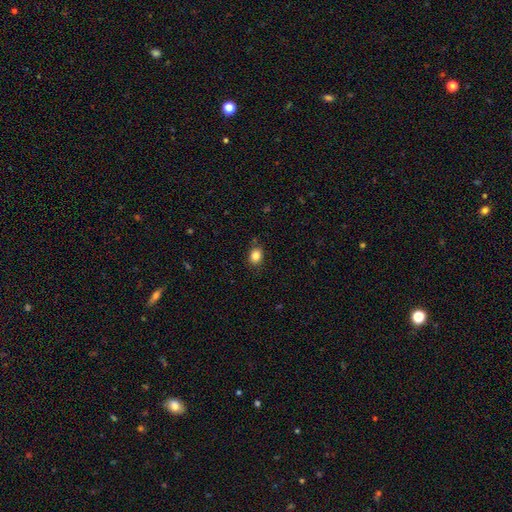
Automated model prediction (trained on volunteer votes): Smooth or featured?
  - smooth: 84% *
  - star or artifact: 10%
  - featured or disk: 5%
How rounded?
  - in between: 55% *
  - round: 44%
  - cigar-shaped: 1%
Merging?
  - none: 84% *
  - minor disturbance: 12%
  - major disturbance: 3%
  - merger: 2%